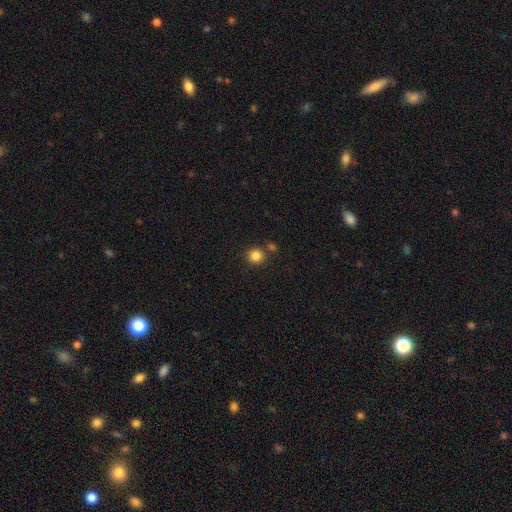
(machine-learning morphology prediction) Smooth or featured?
  - smooth: 84% *
  - star or artifact: 12%
  - featured or disk: 4%
How rounded?
  - round: 92% *
  - in between: 7%
  - cigar-shaped: 1%
Merging?
  - none: 79% *
  - merger: 11%
  - minor disturbance: 8%
  - major disturbance: 2%